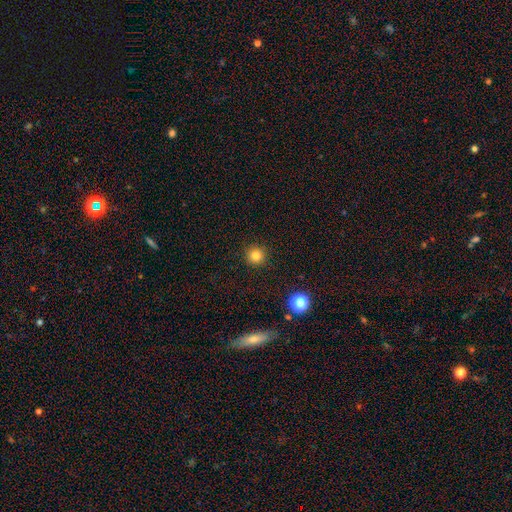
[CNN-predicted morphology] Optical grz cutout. It shows a smooth galaxy with no disk features (81%) that is round (96%). Merging: none (92%).